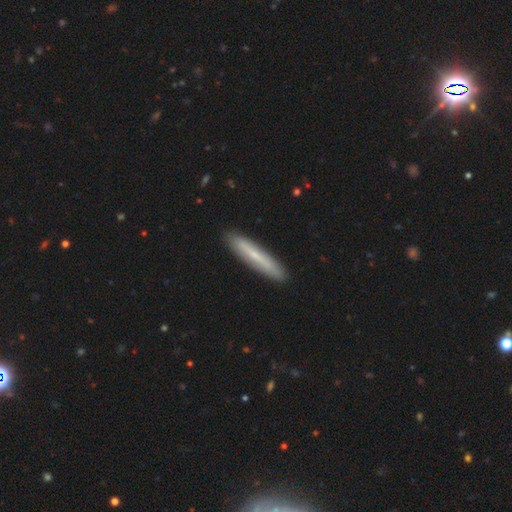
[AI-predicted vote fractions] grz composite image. It shows a smooth galaxy with no disk features (55%) that is cigar-shaped (91%). Merging: none (90%).